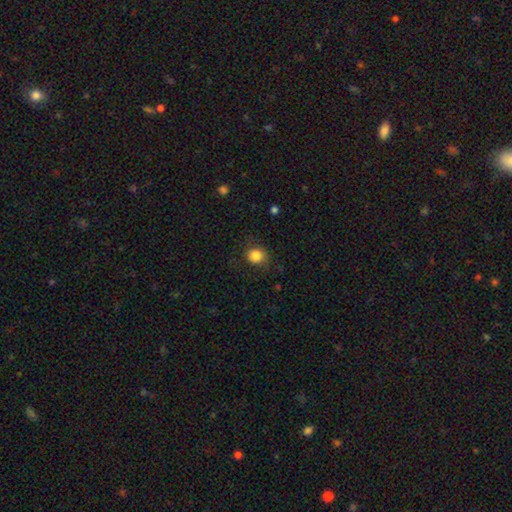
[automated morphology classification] This appears to be a smooth galaxy with no disk features (85%) that is round (84%). Merging: none (82%).